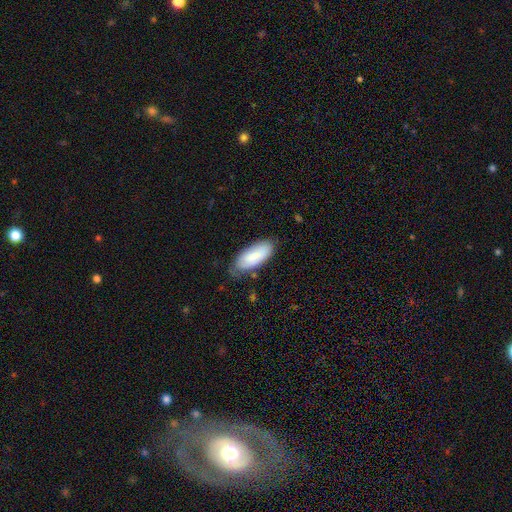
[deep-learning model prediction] Overall: smooth (77%). How rounded: in between (86%). Merging: none (70%).